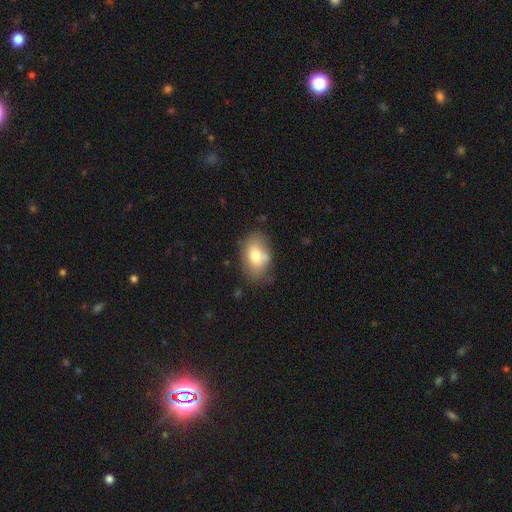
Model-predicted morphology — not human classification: Smooth or featured: smooth — 75% (featured or disk — 17%)
How rounded: in between — 87% (round — 11%)
Merging: none — 67% (minor disturbance — 23%)